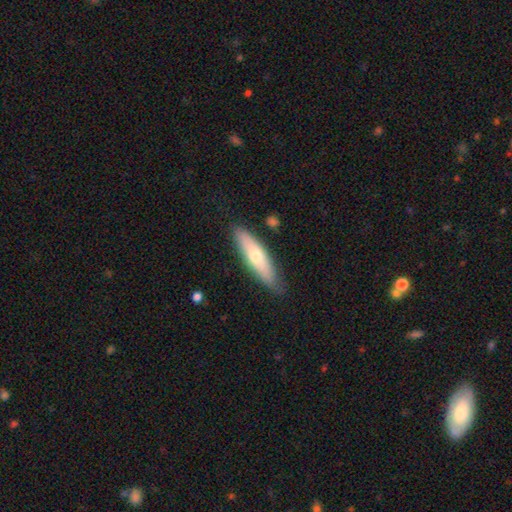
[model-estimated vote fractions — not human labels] This is possibly a smooth galaxy (58%). How rounded: likely cigar-shaped (65%). Merging: clearly none (83%).